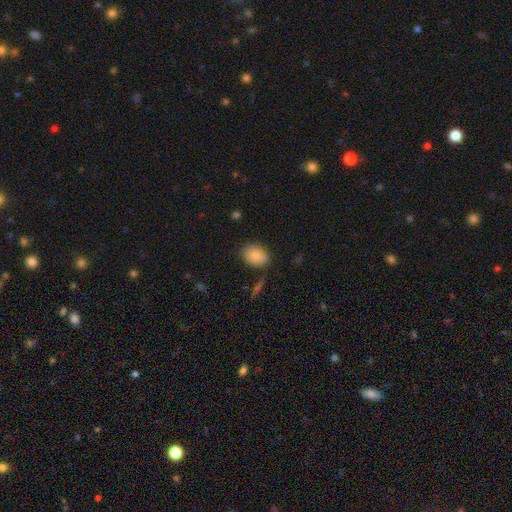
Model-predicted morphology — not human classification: Smooth or featured: smooth — 83% (featured or disk — 9%)
How rounded: in between — 68% (round — 30%)
Merging: none — 81% (minor disturbance — 13%)